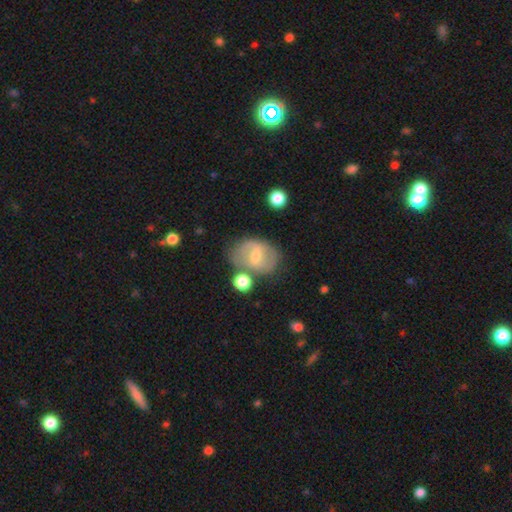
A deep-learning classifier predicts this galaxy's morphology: Smooth or featured: featured or disk — 54% (smooth — 38%)
Edge-on disk: no — 95% (yes — 5%)
Bar: weak — 49% (strong — 31%)
Spiral arms: yes — 55% (no — 45%)
Bulge size: small — 50% (moderate — 44%)
Merging: none — 68% (minor disturbance — 17%)